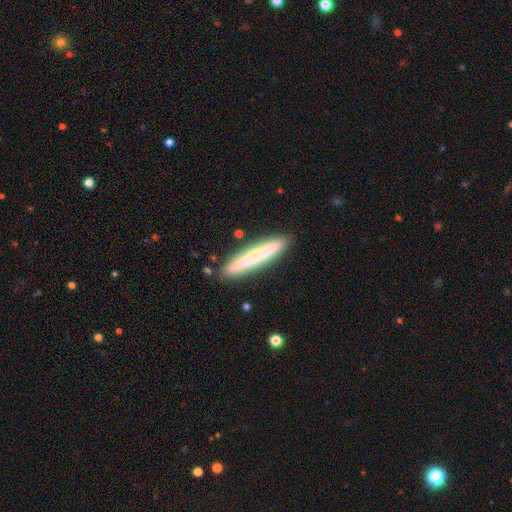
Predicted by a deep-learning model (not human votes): Smooth or featured? smooth (63%)
How rounded? cigar-shaped (94%)
Merging? none (87%)